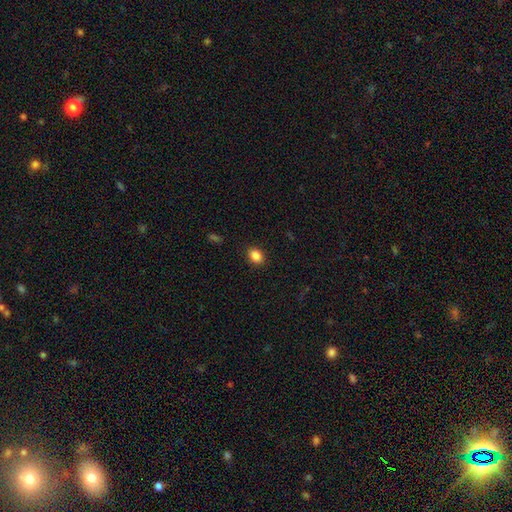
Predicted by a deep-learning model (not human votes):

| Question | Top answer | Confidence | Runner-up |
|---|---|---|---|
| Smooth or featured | smooth | 86% | star or artifact (10%) |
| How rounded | in between | 60% | round (39%) |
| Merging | none | 88% | minor disturbance (8%) |